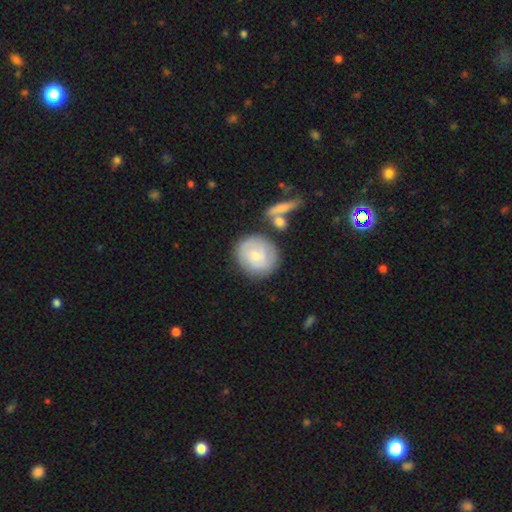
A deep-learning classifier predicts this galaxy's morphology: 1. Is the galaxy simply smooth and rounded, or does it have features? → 49% smooth, 44% featured or disk, 6% star or artifact.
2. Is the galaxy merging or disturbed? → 72% none, 14% minor disturbance, 9% merger, 5% major disturbance.